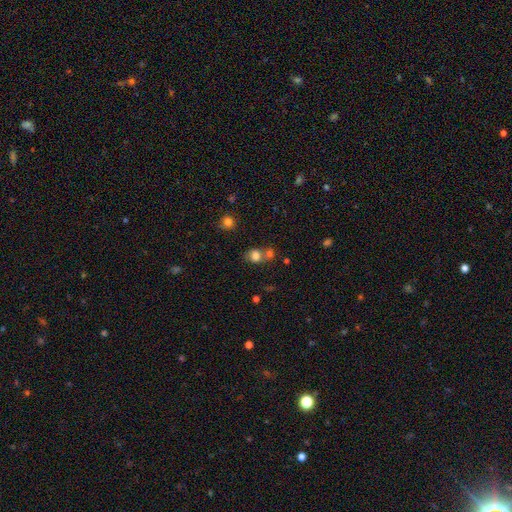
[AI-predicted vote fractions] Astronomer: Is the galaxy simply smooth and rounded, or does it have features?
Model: smooth — 76%.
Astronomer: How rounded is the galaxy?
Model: round — 58% (runner-up: in between, 40%).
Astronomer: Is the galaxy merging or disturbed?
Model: merger — 43% (runner-up: none, 40%).